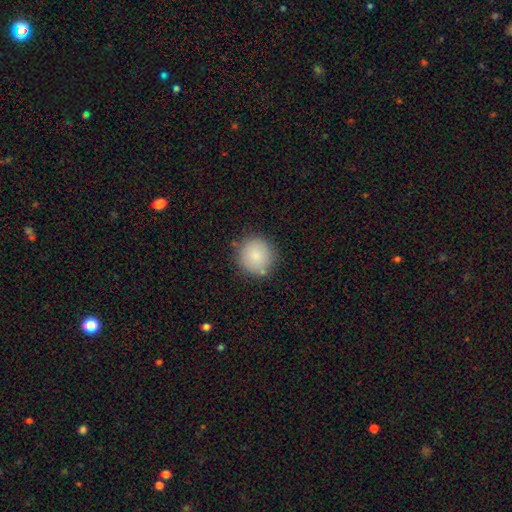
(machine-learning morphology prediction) smooth-or-featured: smooth: 85% | star or artifact: 8% | featured or disk: 7%
  how-rounded: round: 92% | in between: 7% | cigar-shaped: 1%
  merging: none: 80% | minor disturbance: 13% | merger: 4% | major disturbance: 3%